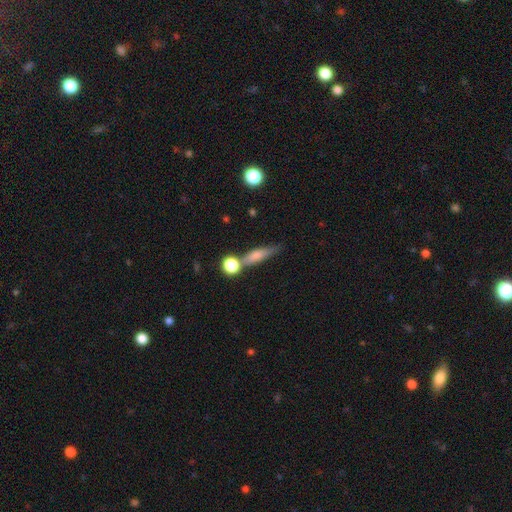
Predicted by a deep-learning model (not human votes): A smooth galaxy with no disk features (63%) that is cigar-shaped (63%).

Vote fractions:
- Smooth or featured? smooth: 63% / featured or disk: 27% / star or artifact: 9%
- How rounded? cigar-shaped: 63% / in between: 29% / round: 8%
- Merging? none: 57% / merger: 20% / minor disturbance: 16% / major disturbance: 6%